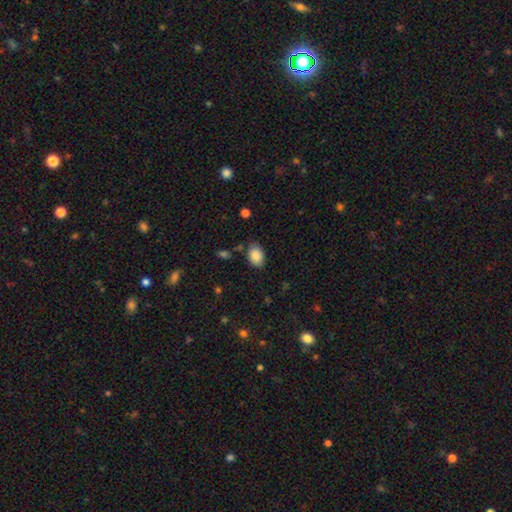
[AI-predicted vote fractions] Q: Smooth or featured?
A: smooth (86%); runner-up: star or artifact (8%)
Q: How rounded?
A: in between (83%); runner-up: round (16%)
Q: Merging?
A: none (77%); runner-up: minor disturbance (17%)